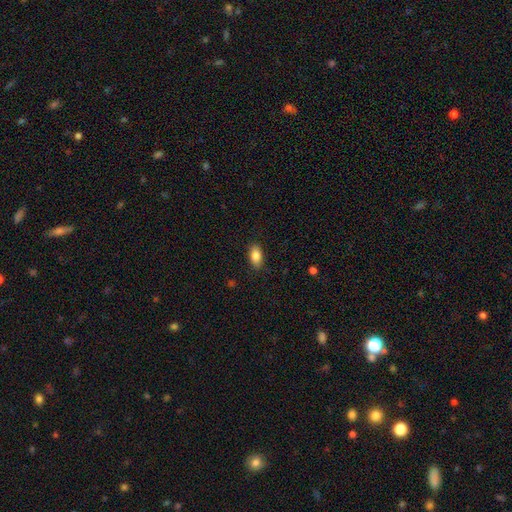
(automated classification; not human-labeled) Q: Smooth or featured?
A: smooth (83%); runner-up: featured or disk (9%)
Q: How rounded?
A: in between (90%); runner-up: cigar-shaped (6%)
Q: Merging?
A: none (87%); runner-up: minor disturbance (10%)